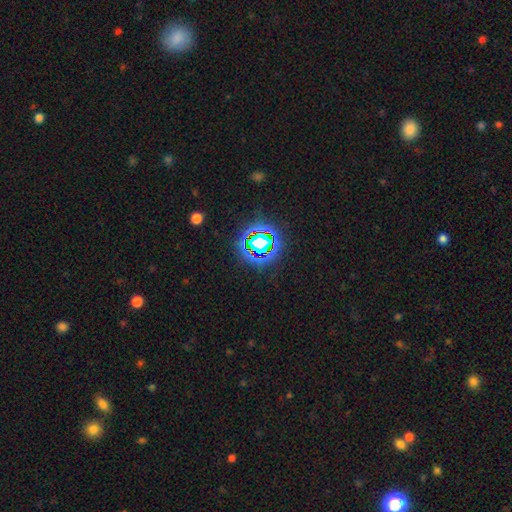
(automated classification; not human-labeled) Smooth or featured? star or artifact (79%)